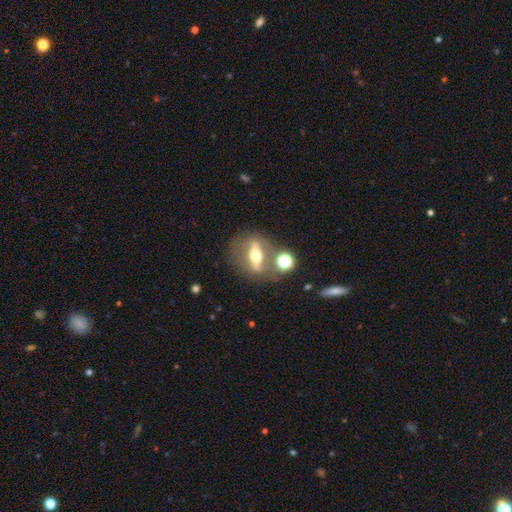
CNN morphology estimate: smooth-or-featured: featured or disk: 67% | smooth: 24% | star or artifact: 9%
  disk-edge-on: yes: 53% | no: 47%
  merging: none: 68% | minor disturbance: 13% | merger: 10% | major disturbance: 9%